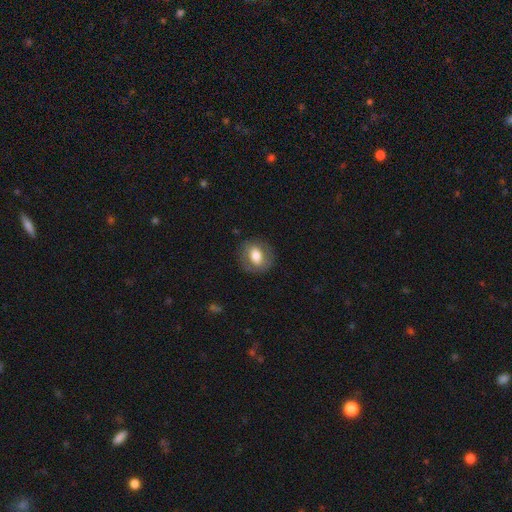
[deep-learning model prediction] Smooth or featured?
  - smooth: 68% *
  - featured or disk: 25%
  - star or artifact: 8%
How rounded?
  - round: 51% *
  - in between: 48%
  - cigar-shaped: 2%
Merging?
  - none: 82% *
  - minor disturbance: 12%
  - major disturbance: 5%
  - merger: 1%